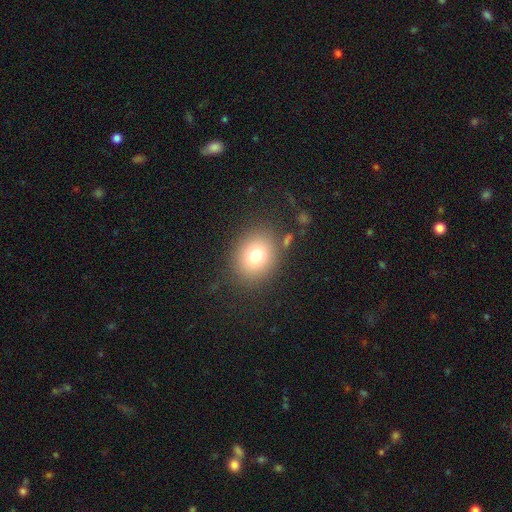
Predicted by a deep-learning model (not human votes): smooth_or_featured: smooth (p=0.76) [alt: star or artifact p=0.13]
how_rounded: round (p=0.63) [alt: in between p=0.36]
merging: none (p=0.83) [alt: minor disturbance p=0.09]